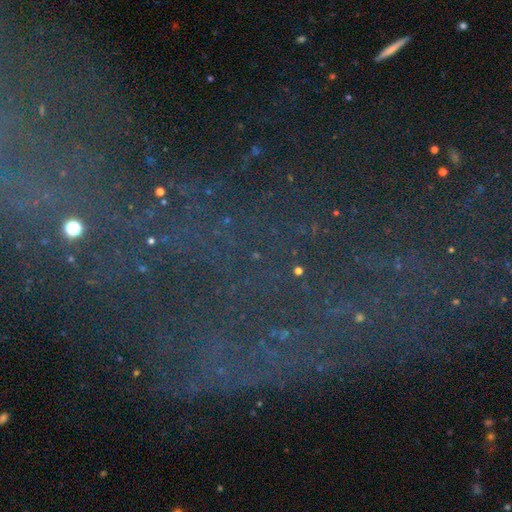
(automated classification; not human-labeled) This is likely a star or artifact rather than a galaxy (77%).